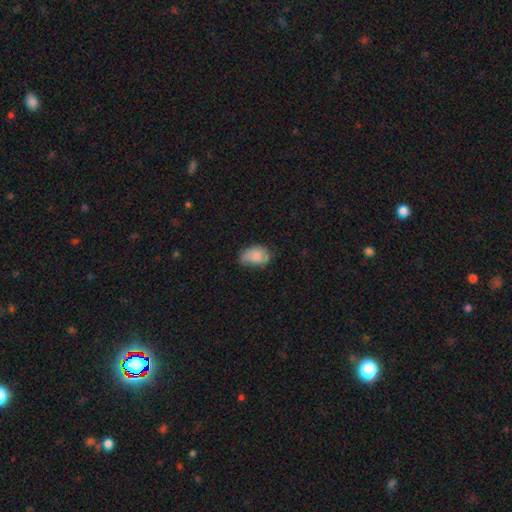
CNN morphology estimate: This appears to be a smooth galaxy with no disk features (79%) that is in between round and cigar-shaped (87%). Merging: none (55%).